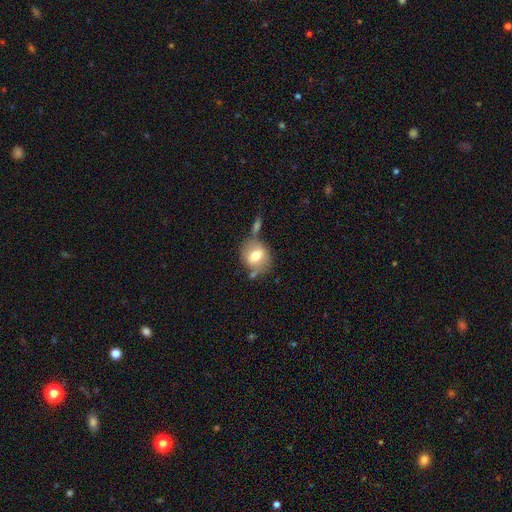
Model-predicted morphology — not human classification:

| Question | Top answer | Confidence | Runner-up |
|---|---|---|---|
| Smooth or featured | smooth | 63% | featured or disk (29%) |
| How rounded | round | 62% | in between (36%) |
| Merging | none | 57% | minor disturbance (18%) |